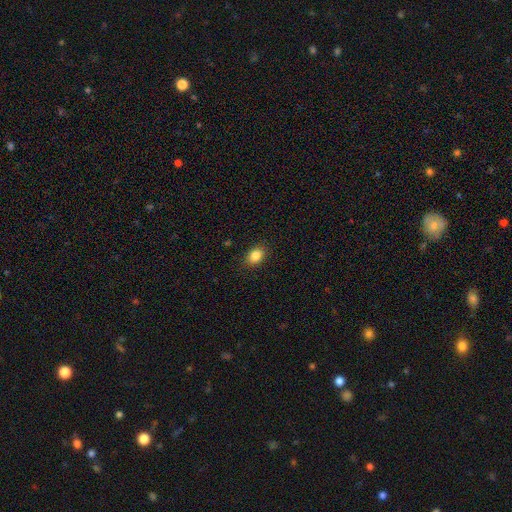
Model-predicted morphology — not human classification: Q: Smooth or featured?
A: smooth (85%); runner-up: star or artifact (9%)
Q: How rounded?
A: in between (73%); runner-up: round (25%)
Q: Merging?
A: none (88%); runner-up: minor disturbance (9%)